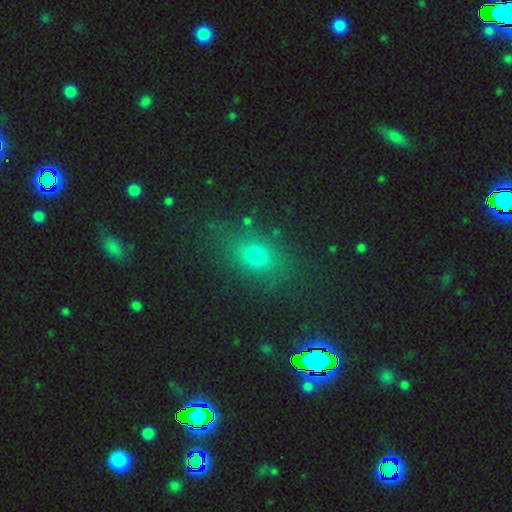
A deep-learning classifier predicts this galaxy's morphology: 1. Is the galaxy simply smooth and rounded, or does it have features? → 68% smooth, 20% star or artifact, 12% featured or disk.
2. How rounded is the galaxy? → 57% in between, 39% round, 4% cigar-shaped.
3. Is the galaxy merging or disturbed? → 78% none, 13% minor disturbance, 6% major disturbance, 3% merger.